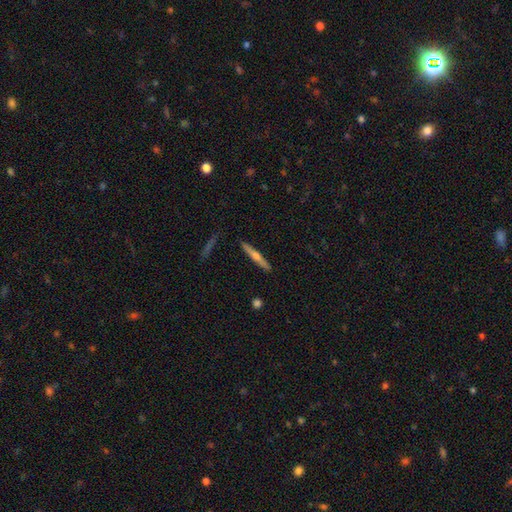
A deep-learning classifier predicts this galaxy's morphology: featured or disk 60%, smooth 33%, star or artifact 7%. Down the decision tree: edge-on disk — yes (97%); edge-on bulge — rounded (78%); merging — none (90%).